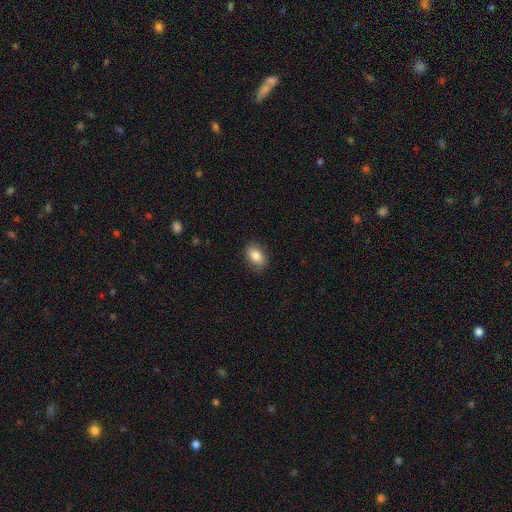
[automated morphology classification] Q: Smooth or featured?
A: smooth (85%); runner-up: star or artifact (8%)
Q: How rounded?
A: in between (84%); runner-up: round (15%)
Q: Merging?
A: none (84%); runner-up: minor disturbance (12%)